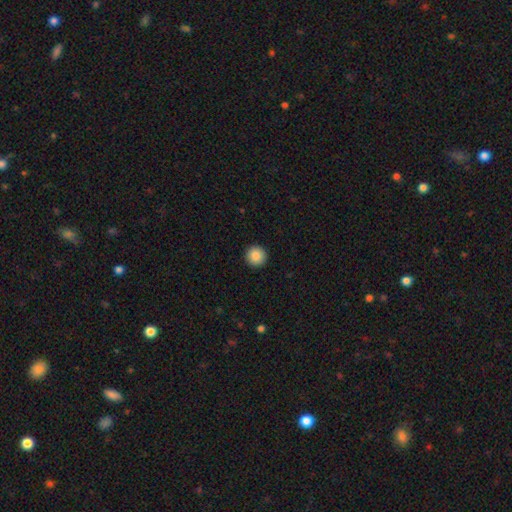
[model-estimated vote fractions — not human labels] Smooth or featured? smooth (88%)
How rounded? round (96%)
Merging? none (93%)